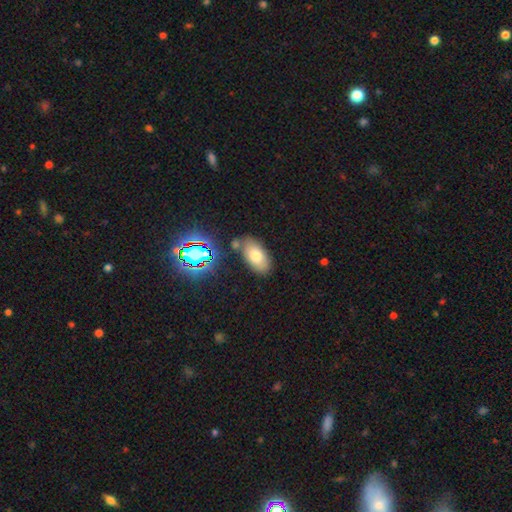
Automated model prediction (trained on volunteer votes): Q: Smooth or featured?
A: smooth (71%); runner-up: featured or disk (15%)
Q: How rounded?
A: in between (92%); runner-up: round (5%)
Q: Merging?
A: none (76%); runner-up: minor disturbance (13%)